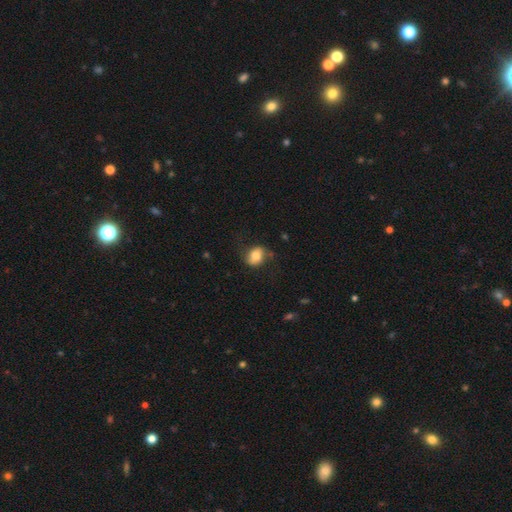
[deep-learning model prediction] Smooth or featured: smooth — 70% (featured or disk — 23%)
How rounded: in between — 58% (round — 41%)
Merging: none — 63% (minor disturbance — 24%)